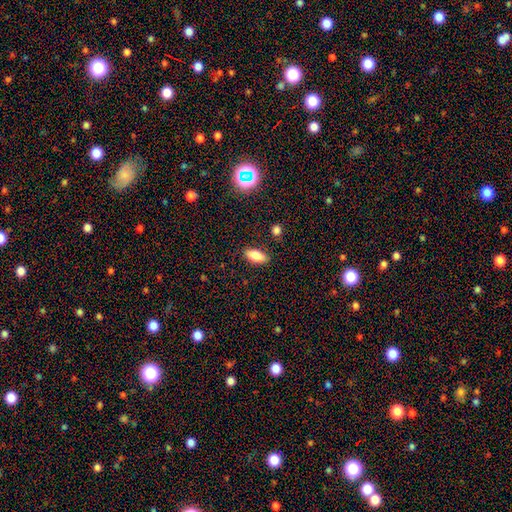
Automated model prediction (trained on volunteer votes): The model was most divided on "smooth or featured": smooth: 79%, featured or disk: 11%, star or artifact: 9%. More confident: merging — none (85%); how rounded — in between (85%).